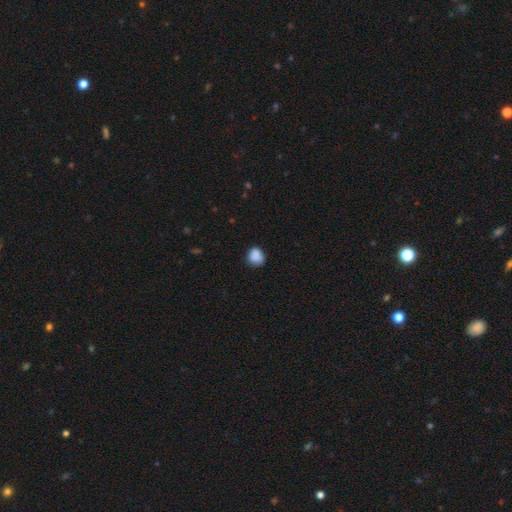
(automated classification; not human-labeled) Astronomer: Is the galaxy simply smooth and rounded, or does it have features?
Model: smooth — 88%.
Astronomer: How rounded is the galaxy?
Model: round — 71%.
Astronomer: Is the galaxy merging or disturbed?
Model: none — 76%.